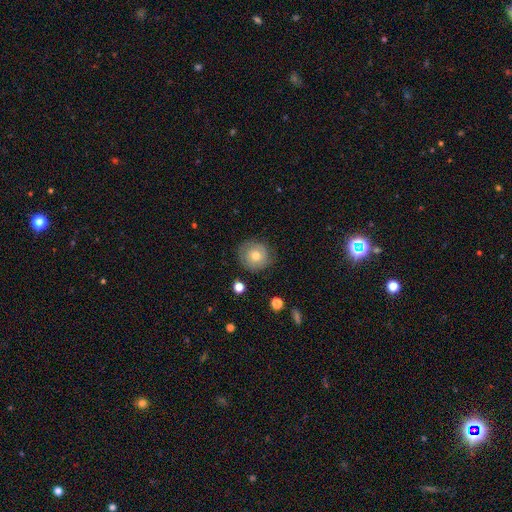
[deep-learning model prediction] smooth 63%, featured or disk 28%, star or artifact 9%. Down the decision tree: how rounded — round (92%); merging — none (80%).